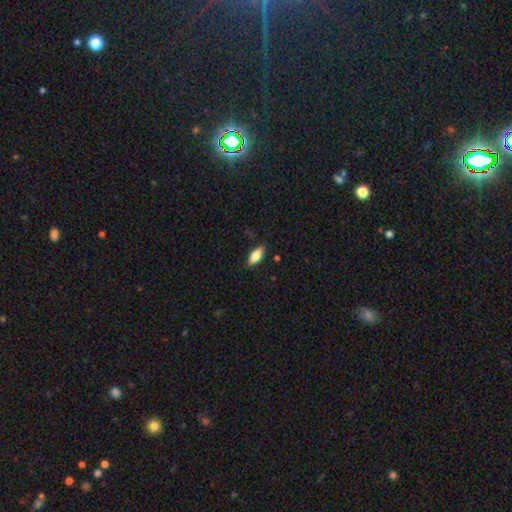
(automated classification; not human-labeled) smooth 79%, featured or disk 14%, star or artifact 7%. Down the decision tree: how rounded — in between (85%); merging — none (85%).